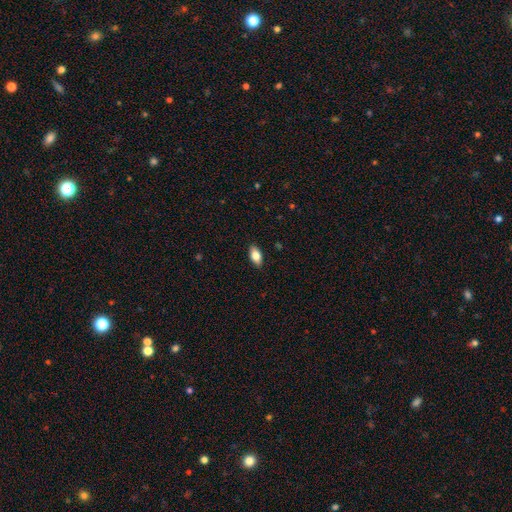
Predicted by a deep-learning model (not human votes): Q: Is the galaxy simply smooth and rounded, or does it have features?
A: smooth — 80%.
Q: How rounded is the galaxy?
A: in between — 90%.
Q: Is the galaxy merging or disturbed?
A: none — 88%.